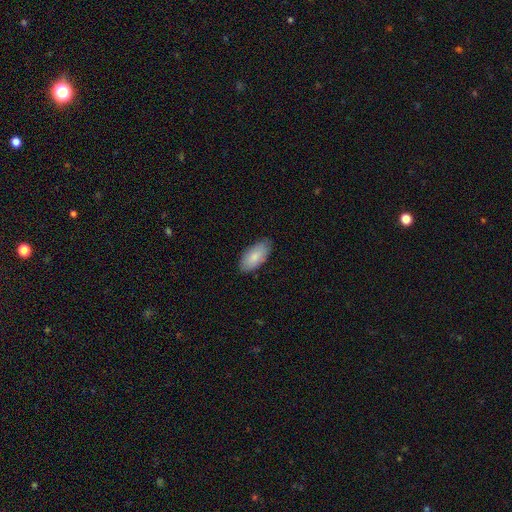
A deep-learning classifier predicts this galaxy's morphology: Smooth or featured: smooth — 83% (featured or disk — 11%)
How rounded: in between — 93% (cigar-shaped — 5%)
Merging: none — 84% (minor disturbance — 13%)